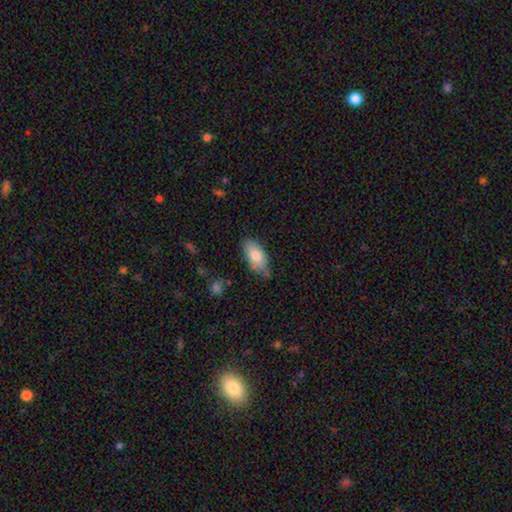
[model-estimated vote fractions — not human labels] A smooth galaxy with no disk features (78%) that is in between round and cigar-shaped (91%). Merging: none (68%).